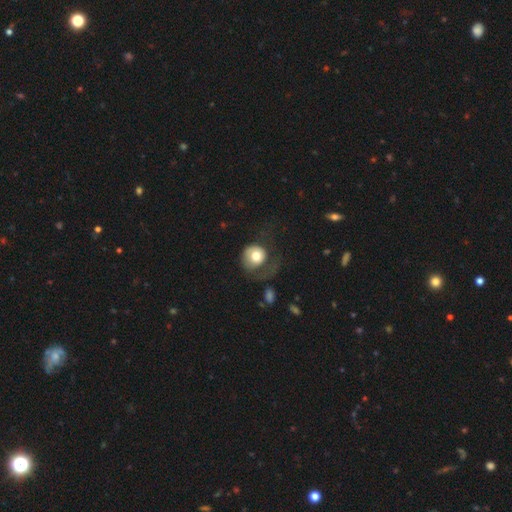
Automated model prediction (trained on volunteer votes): smooth-or-featured: smooth: 66% | featured or disk: 27% | star or artifact: 7%
  how-rounded: round: 83% | in between: 16% | cigar-shaped: 1%
  merging: major disturbance: 51% | none: 29% | minor disturbance: 17% | merger: 3%